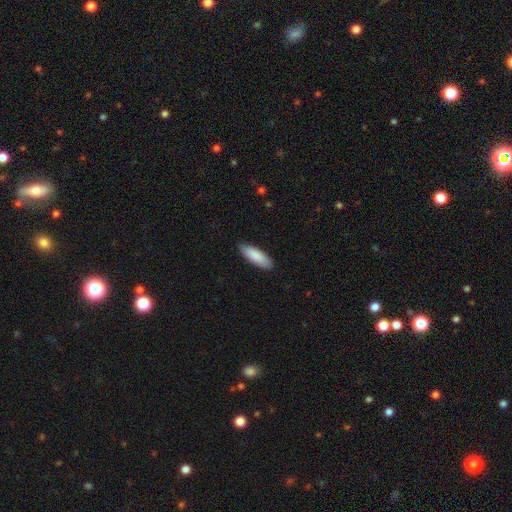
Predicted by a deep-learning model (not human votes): A smooth galaxy with no disk features (87%) that is in between round and cigar-shaped (57%).

Vote fractions:
- Smooth or featured? smooth: 87% / featured or disk: 8% / star or artifact: 5%
- How rounded? in between: 57% / cigar-shaped: 42% / round: 1%
- Merging? none: 86% / minor disturbance: 11% / major disturbance: 2% / merger: 1%